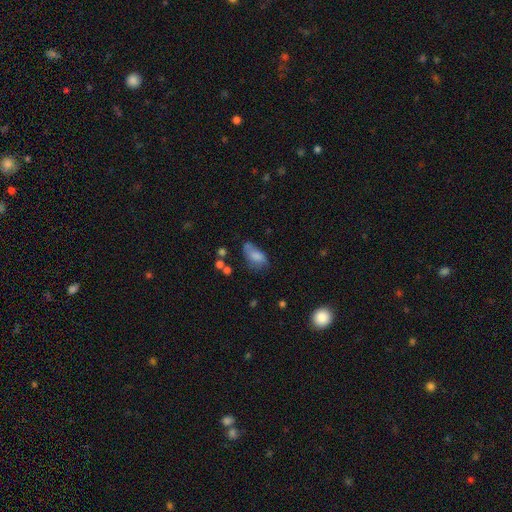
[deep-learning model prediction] This appears to be a smooth galaxy with no disk features (71%) that is in between round and cigar-shaped (89%). Merging: none (39%).